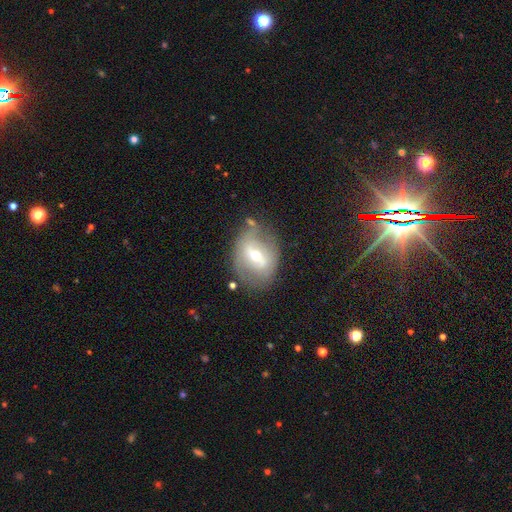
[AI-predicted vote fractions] A featured or disk galaxy (61%) with a weak bar (39%), no spiral arms (60%) and a moderate central bulge (56%). Merging: none (63%).